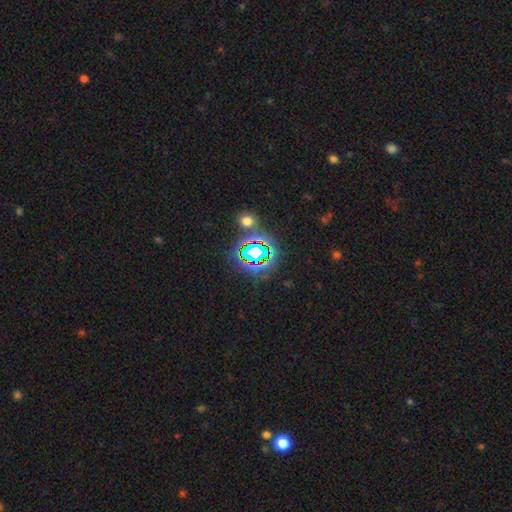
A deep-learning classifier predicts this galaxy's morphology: A star or artifact, not a galaxy (69%).